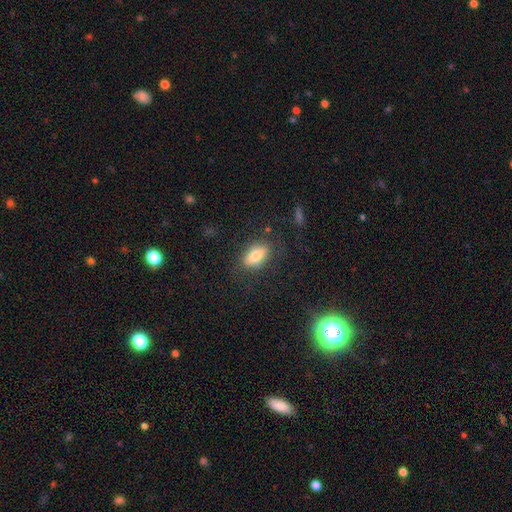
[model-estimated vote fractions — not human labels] smooth-or-featured: smooth: 75% | featured or disk: 16% | star or artifact: 8%
  how-rounded: in between: 85% | cigar-shaped: 9% | round: 6%
  merging: none: 78% | minor disturbance: 14% | major disturbance: 6% | merger: 2%